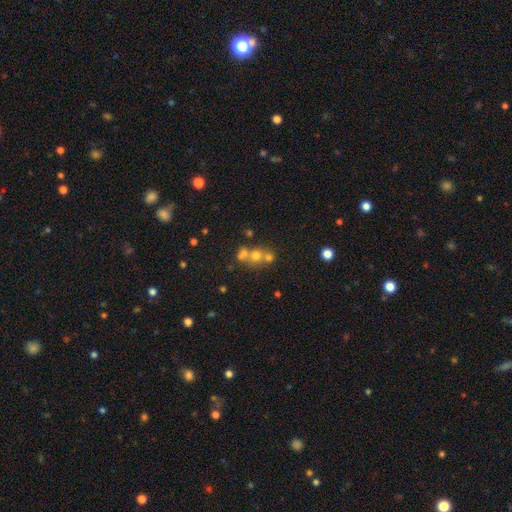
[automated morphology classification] A smooth galaxy with no disk features (59%) that is round (81%).

Vote fractions:
- Smooth or featured? smooth: 59% / featured or disk: 22% / star or artifact: 19%
- How rounded? round: 81% / in between: 18% / cigar-shaped: 1%
- Merging? merger: 51% / none: 37% / minor disturbance: 7% / major disturbance: 4%